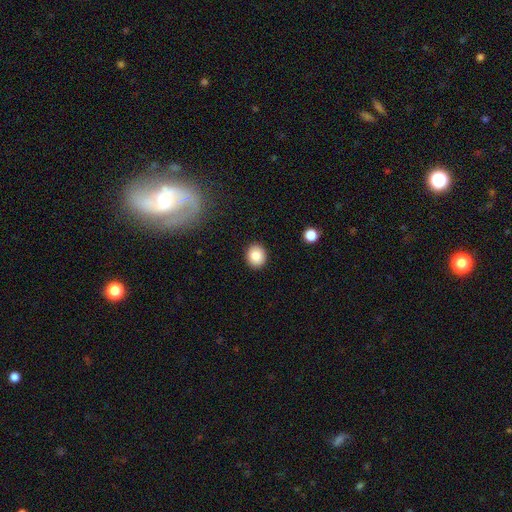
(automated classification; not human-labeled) smooth-or-featured: smooth: 85% | star or artifact: 9% | featured or disk: 7%
  how-rounded: round: 75% | in between: 24% | cigar-shaped: 1%
  merging: none: 91% | minor disturbance: 6% | major disturbance: 2% | merger: 1%